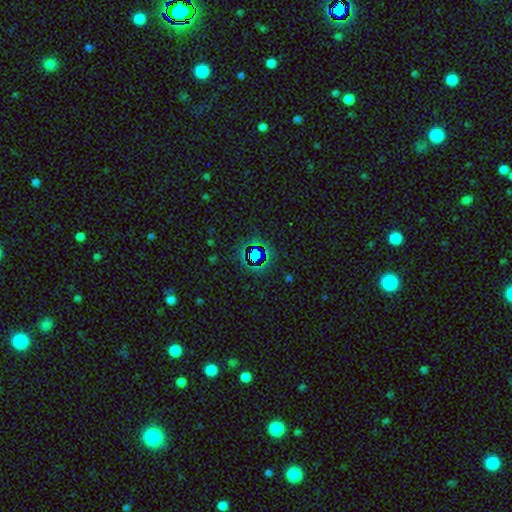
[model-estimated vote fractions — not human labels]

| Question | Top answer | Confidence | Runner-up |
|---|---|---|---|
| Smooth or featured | star or artifact | 68% | smooth (22%) |